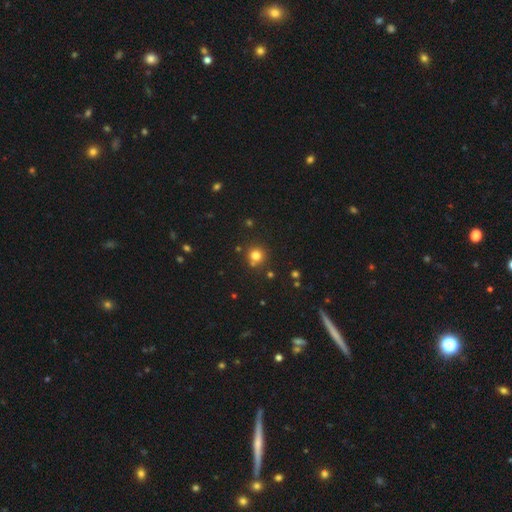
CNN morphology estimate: The model was most divided on "smooth or featured": smooth: 77%, star or artifact: 17%, featured or disk: 6%. More confident: how rounded — round (93%); merging — none (79%).